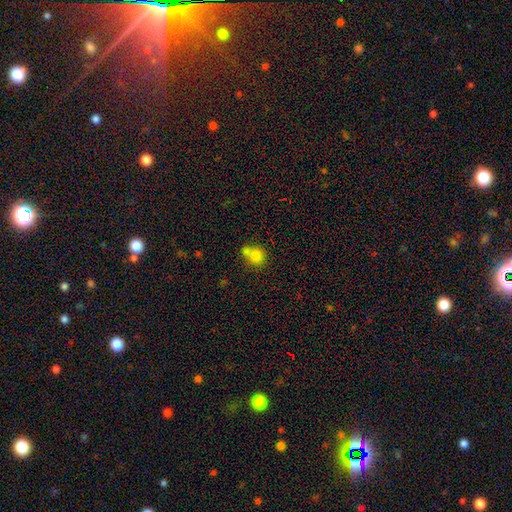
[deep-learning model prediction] Morphology: type=smooth (80%); roundness=round (84%); merging=none (45%).